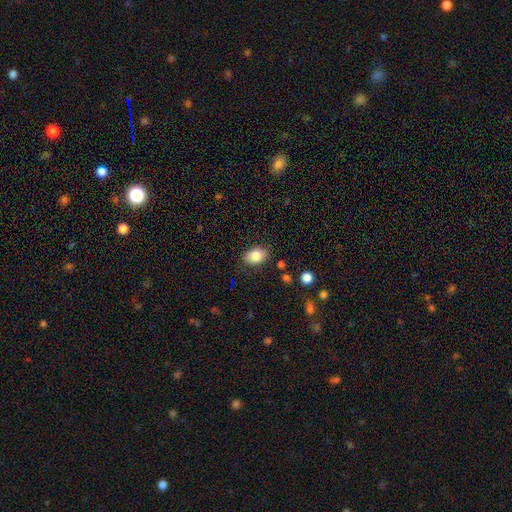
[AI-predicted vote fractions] Morphology: type=smooth (83%); roundness=in between (78%); merging=none (83%).